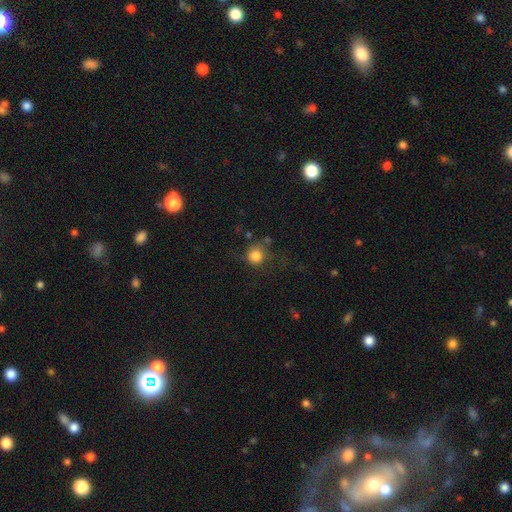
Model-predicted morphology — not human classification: Q: Smooth or featured?
A: smooth (82%); runner-up: star or artifact (11%)
Q: How rounded?
A: round (88%); runner-up: in between (11%)
Q: Merging?
A: none (64%); runner-up: minor disturbance (19%)